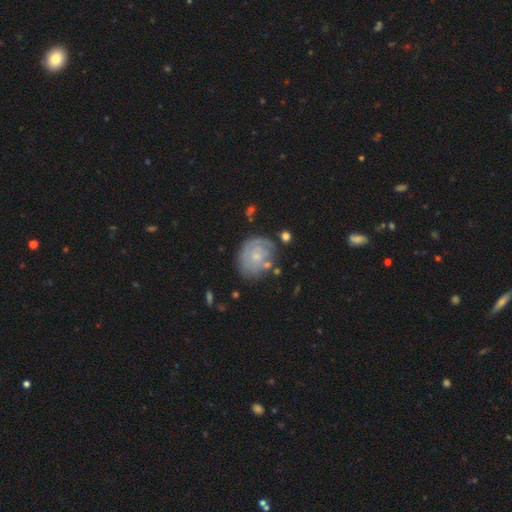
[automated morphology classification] Overall: featured or disk (59%; smooth 33%). Edge-on disk: no (97%). Bar: no (82%). Spiral arms: yes (69%; no 31%). Bulge size: small (65%). Merging: none (65%).